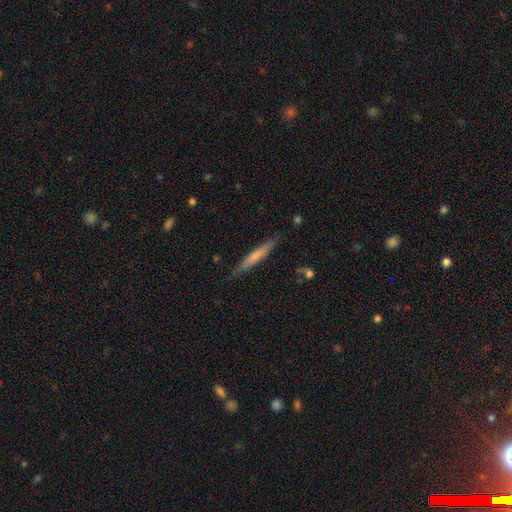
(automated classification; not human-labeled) smooth 58%, featured or disk 36%, star or artifact 5%. Down the decision tree: how rounded — cigar-shaped (95%); merging — none (84%).